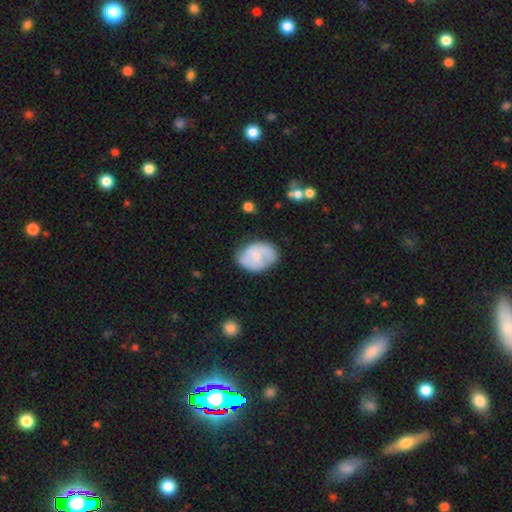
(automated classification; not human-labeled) Smooth or featured: smooth — 49% (featured or disk — 45%)
Merging: none — 59% (minor disturbance — 28%)